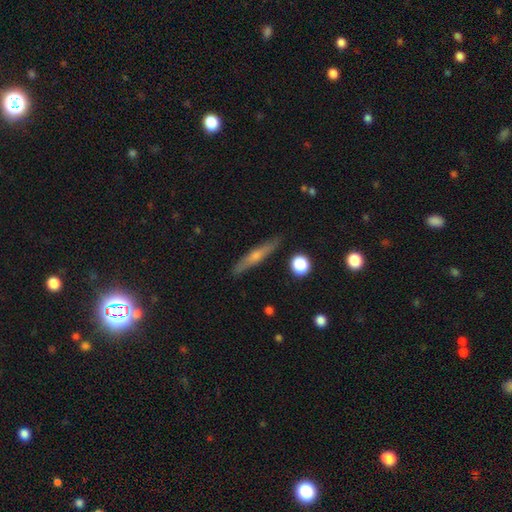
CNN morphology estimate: This is possibly a featured or disk galaxy (54%). It is clearly viewed edge-on (93%). Edge-on bulge: likely rounded (74%). Merging: clearly none (88%).